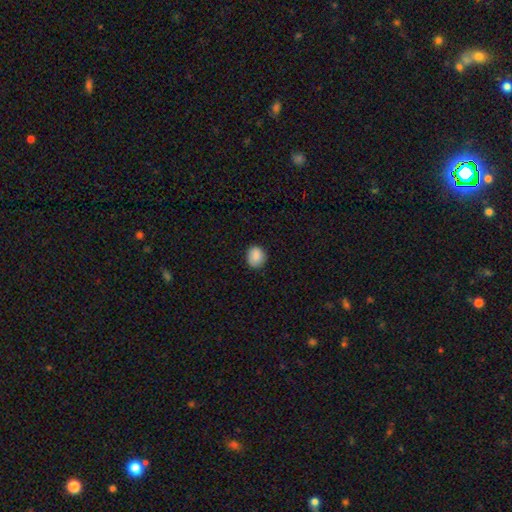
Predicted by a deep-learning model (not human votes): smooth_or_featured: smooth (p=0.87) [alt: star or artifact p=0.08]
how_rounded: round (p=0.63) [alt: in between p=0.36]
merging: none (p=0.83) [alt: minor disturbance p=0.13]